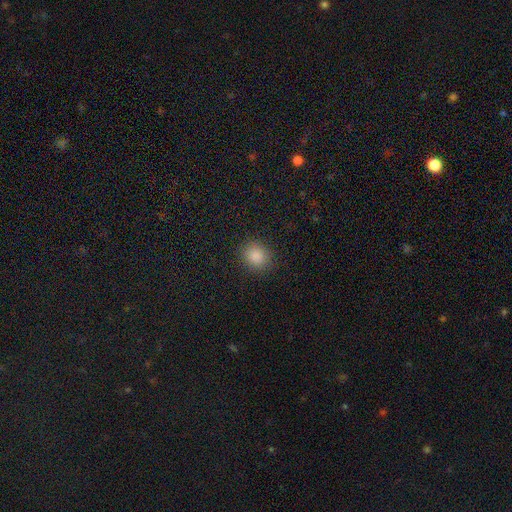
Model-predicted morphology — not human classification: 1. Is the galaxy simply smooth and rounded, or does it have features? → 85% smooth, 12% star or artifact, 3% featured or disk.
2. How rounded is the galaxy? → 76% round, 23% in between, 1% cigar-shaped.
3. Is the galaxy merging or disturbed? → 90% none, 7% minor disturbance, 2% major disturbance, 1% merger.